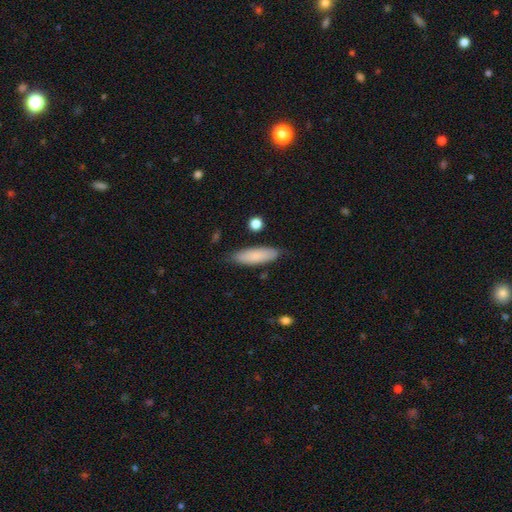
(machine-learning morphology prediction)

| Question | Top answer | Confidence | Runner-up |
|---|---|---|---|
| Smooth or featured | smooth | 82% | featured or disk (11%) |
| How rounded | cigar-shaped | 52% | in between (46%) |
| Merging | none | 82% | minor disturbance (14%) |